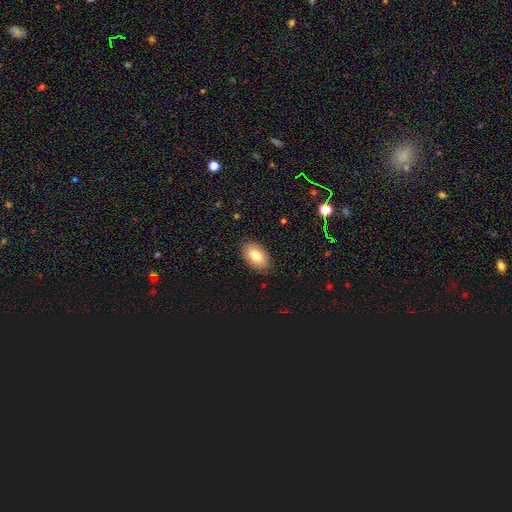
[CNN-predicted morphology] Smooth or featured?
  - smooth: 78% *
  - featured or disk: 15%
  - star or artifact: 7%
How rounded?
  - in between: 93% *
  - round: 5%
  - cigar-shaped: 2%
Merging?
  - none: 88% *
  - minor disturbance: 9%
  - major disturbance: 2%
  - merger: 1%